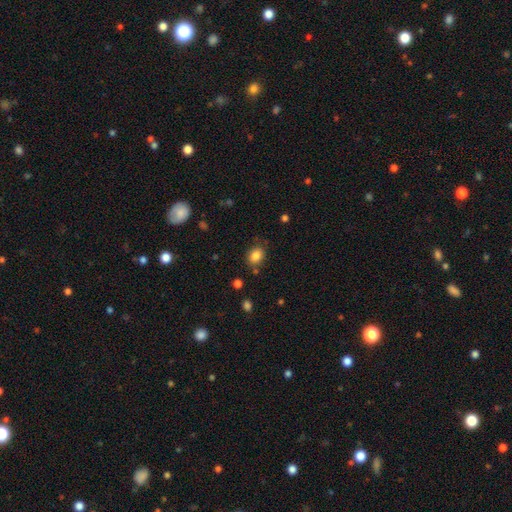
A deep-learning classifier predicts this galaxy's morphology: smooth 85%, star or artifact 10%, featured or disk 5%. Down the decision tree: how rounded — in between (58%); merging — none (77%).